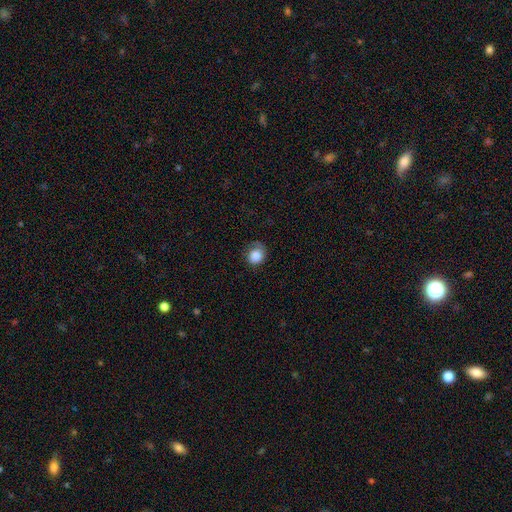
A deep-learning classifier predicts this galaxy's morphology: Smooth or featured: smooth — 84% (star or artifact — 9%)
How rounded: round — 79% (in between — 20%)
Merging: none — 62% (minor disturbance — 27%)